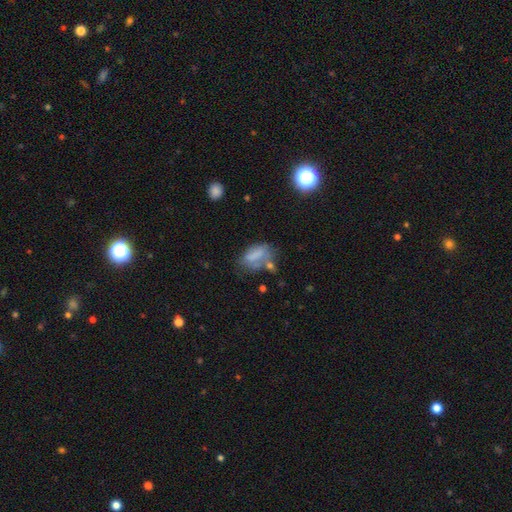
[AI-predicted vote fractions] smooth_or_featured: smooth (p=0.66) [alt: featured or disk p=0.22]
how_rounded: in between (p=0.84) [alt: round p=0.08]
merging: none (p=0.36) [alt: minor disturbance p=0.27]